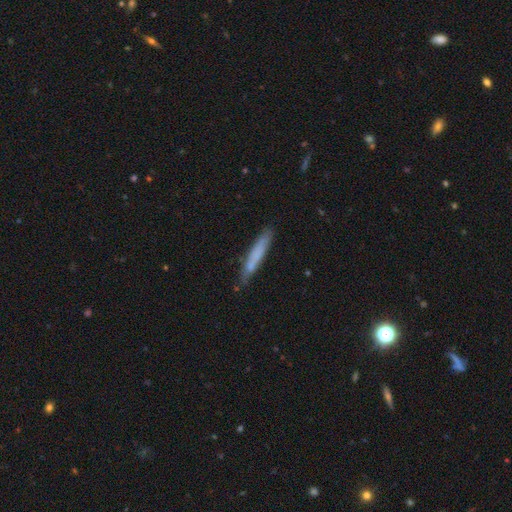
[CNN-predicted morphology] Smooth or featured: smooth — 67% (featured or disk — 26%)
How rounded: cigar-shaped — 94% (in between — 4%)
Merging: none — 78% (minor disturbance — 17%)